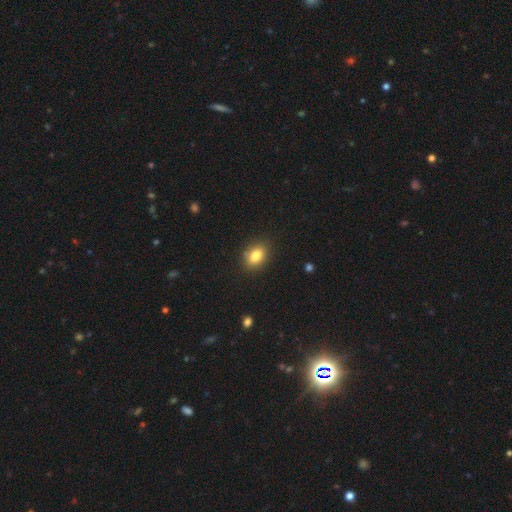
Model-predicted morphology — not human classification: smooth_or_featured: smooth (p=0.84) [alt: star or artifact p=0.09]
how_rounded: in between (p=0.74) [alt: round p=0.24]
merging: none (p=0.84) [alt: minor disturbance p=0.12]